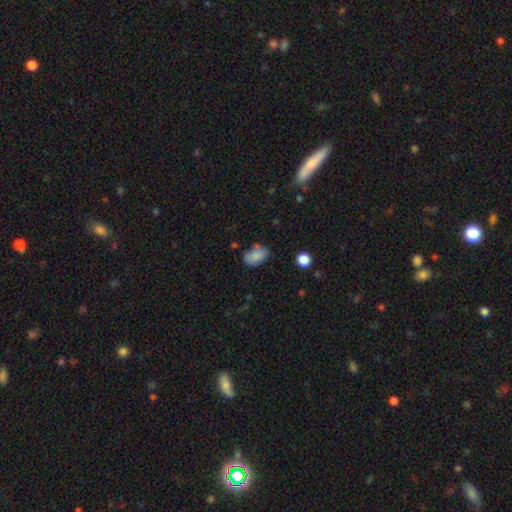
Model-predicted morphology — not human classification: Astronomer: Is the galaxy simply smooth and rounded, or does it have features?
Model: smooth — 84%.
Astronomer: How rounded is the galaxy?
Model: in between — 88%.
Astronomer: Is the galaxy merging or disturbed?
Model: none — 62%.